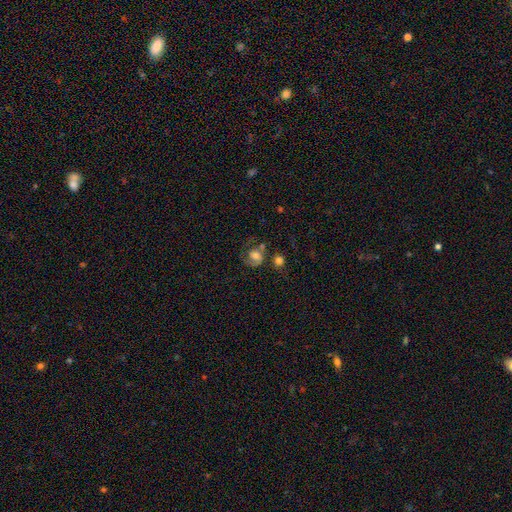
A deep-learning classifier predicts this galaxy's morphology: smooth-or-featured: featured or disk: 48% | smooth: 43% | star or artifact: 10%
  merging: none: 40% | major disturbance: 26% | minor disturbance: 20% | merger: 15%